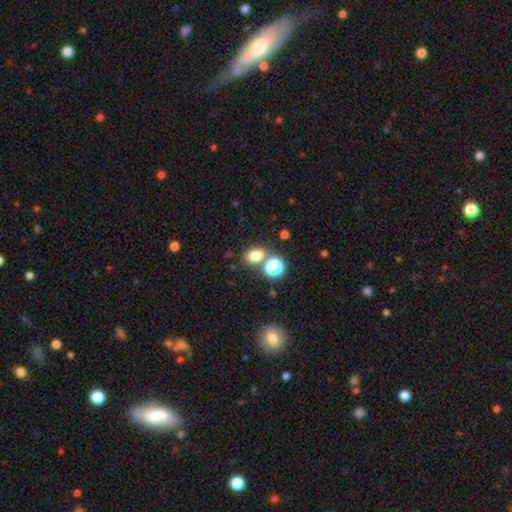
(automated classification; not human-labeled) This appears to be a smooth galaxy with no disk features (76%) that is in between round and cigar-shaped (60%). Merging: none (69%).